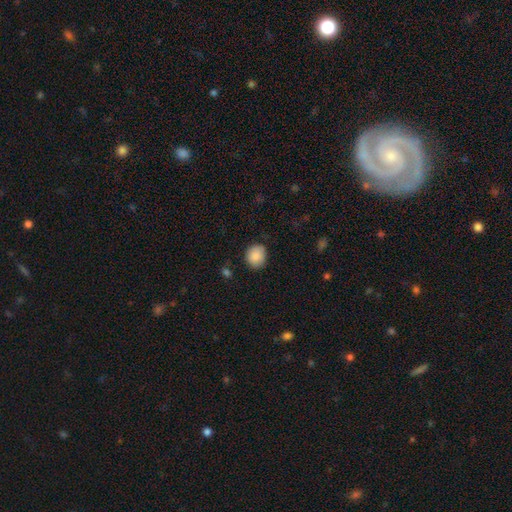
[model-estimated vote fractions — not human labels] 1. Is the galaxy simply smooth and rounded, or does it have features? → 87% smooth, 8% star or artifact, 5% featured or disk.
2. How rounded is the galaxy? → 79% round, 20% in between, 1% cigar-shaped.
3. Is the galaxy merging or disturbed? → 82% none, 14% minor disturbance, 3% major disturbance, 1% merger.